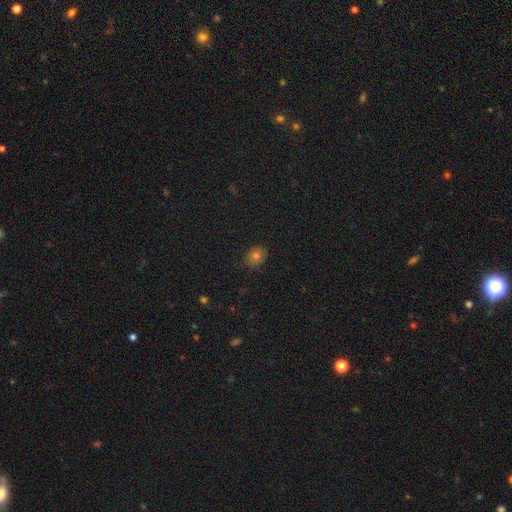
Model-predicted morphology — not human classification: A smooth galaxy with no disk features (75%) that is round (59%).

Vote fractions:
- Smooth or featured? smooth: 75% / star or artifact: 15% / featured or disk: 10%
- How rounded? round: 59% / in between: 40% / cigar-shaped: 1%
- Merging? none: 81% / minor disturbance: 15% / major disturbance: 3% / merger: 1%